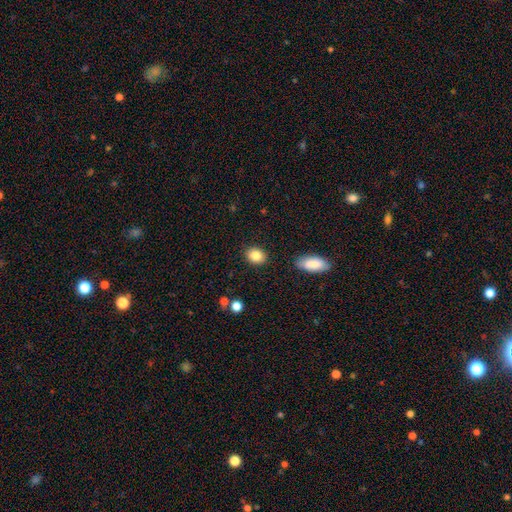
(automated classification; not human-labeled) Smooth or featured?
  - smooth: 85% *
  - star or artifact: 9%
  - featured or disk: 7%
How rounded?
  - in between: 52% *
  - round: 47%
  - cigar-shaped: 1%
Merging?
  - none: 88% *
  - minor disturbance: 8%
  - major disturbance: 2%
  - merger: 2%